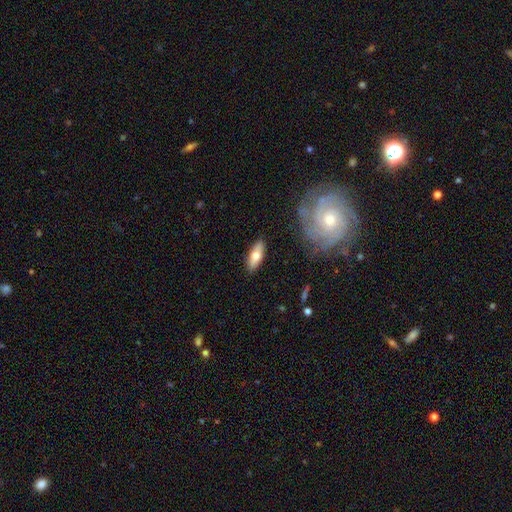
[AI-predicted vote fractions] Smooth or featured? Predicted: smooth (p=0.68). How rounded? Predicted: in between (p=0.70). Merging? Predicted: none (p=0.88).